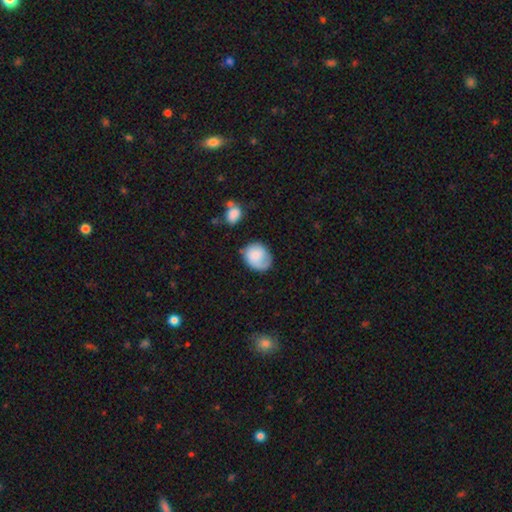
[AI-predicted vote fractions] The model was most divided on "how rounded": round: 58%, in between: 41%, cigar-shaped: 1%. More confident: smooth or featured — smooth (73%); merging — none (57%).